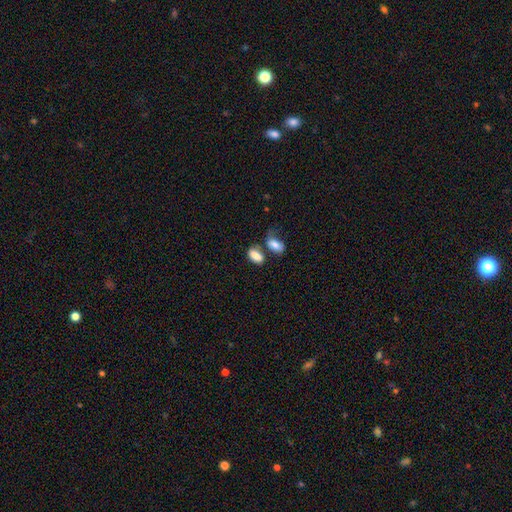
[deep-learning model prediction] This is clearly a smooth galaxy (84%). How rounded: clearly in between (90%). Merging: marginally none (45%).